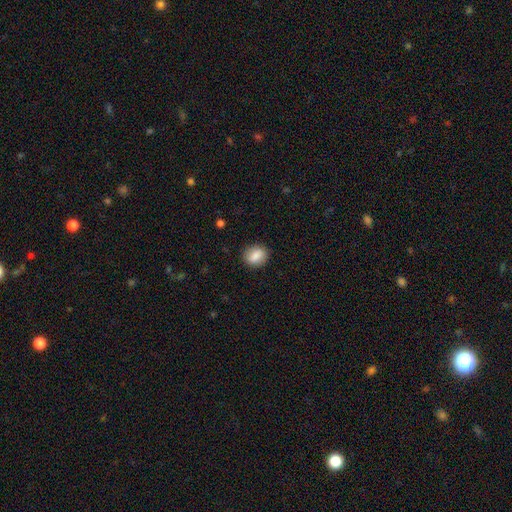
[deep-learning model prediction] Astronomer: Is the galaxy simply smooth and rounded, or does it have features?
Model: smooth — 83%.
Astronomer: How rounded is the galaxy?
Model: round — 52% (runner-up: in between, 46%).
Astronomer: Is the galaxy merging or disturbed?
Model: none — 87%.